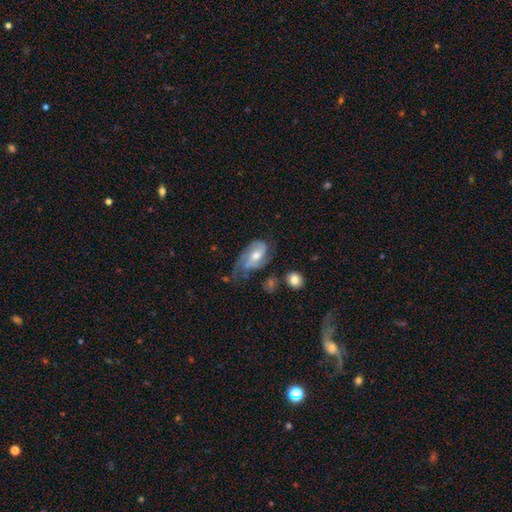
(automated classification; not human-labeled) Q: Smooth or featured?
A: featured or disk (60%); runner-up: smooth (33%)
Q: Edge-on disk?
A: no (95%); runner-up: yes (5%)
Q: Bar?
A: no (46%); runner-up: weak (40%)
Q: Spiral arms?
A: yes (85%); runner-up: no (15%)
Q: Bulge size?
A: moderate (65%); runner-up: small (26%)
Q: Merging?
A: none (34%); runner-up: major disturbance (31%)